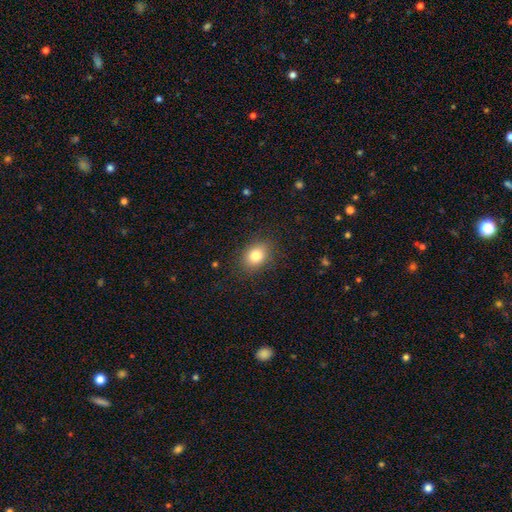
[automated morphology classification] Smooth or featured: smooth — 82% (star or artifact — 10%)
How rounded: in between — 59% (round — 40%)
Merging: none — 85% (minor disturbance — 10%)